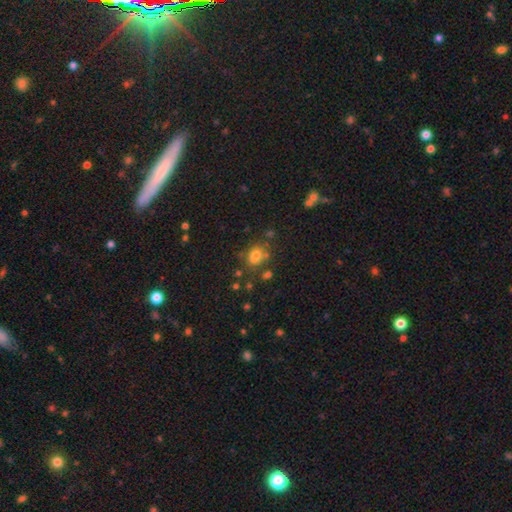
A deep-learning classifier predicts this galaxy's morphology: type=smooth (73%); roundness=in between (52%); merging=none (63%).